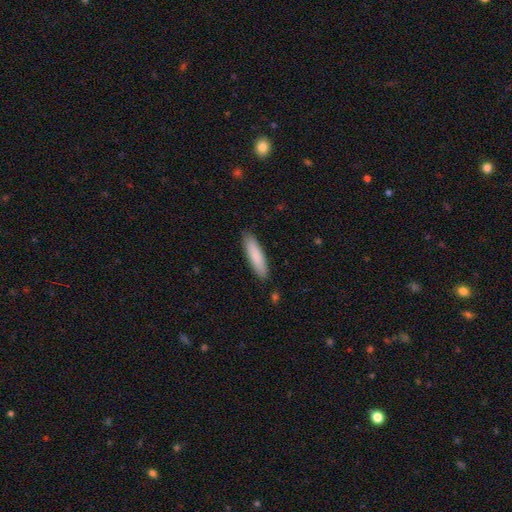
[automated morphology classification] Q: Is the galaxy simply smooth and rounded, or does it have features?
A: smooth — 85%.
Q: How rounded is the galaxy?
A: cigar-shaped — 77%.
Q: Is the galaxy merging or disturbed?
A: none — 88%.